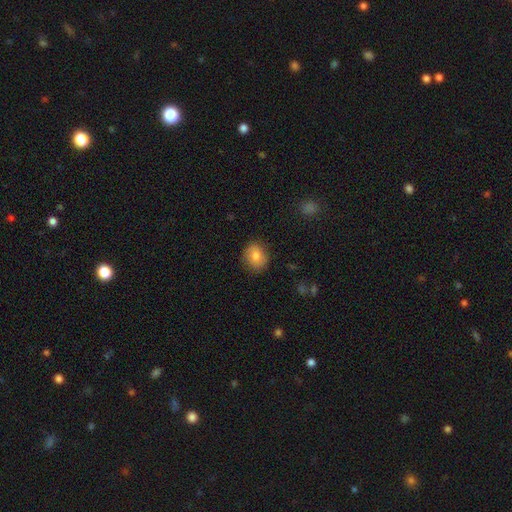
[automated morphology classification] This is likely a smooth galaxy (80%). How rounded: likely round (65%). Merging: clearly none (83%).